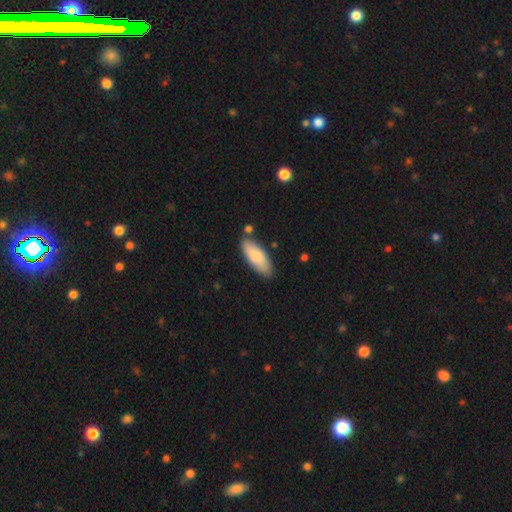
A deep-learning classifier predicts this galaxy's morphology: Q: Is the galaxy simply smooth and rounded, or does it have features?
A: smooth — 80%.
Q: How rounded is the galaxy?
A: in between — 73%.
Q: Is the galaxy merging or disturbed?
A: none — 81%.